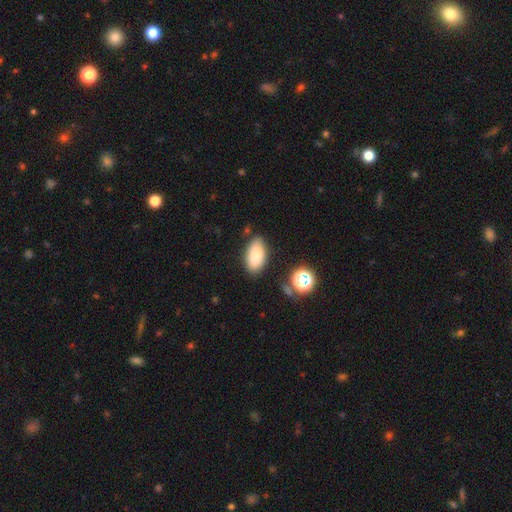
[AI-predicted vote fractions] A smooth galaxy with no disk features (85%) that is in between round and cigar-shaped (92%). Merging: none (80%).